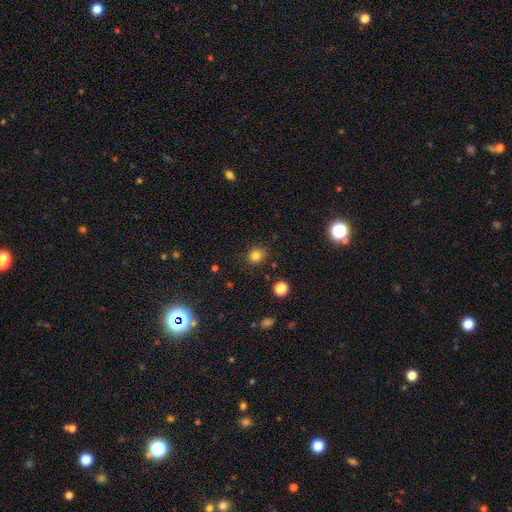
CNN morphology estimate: smooth 82%, star or artifact 13%, featured or disk 5%. Down the decision tree: how rounded — round (71%); merging — none (85%).